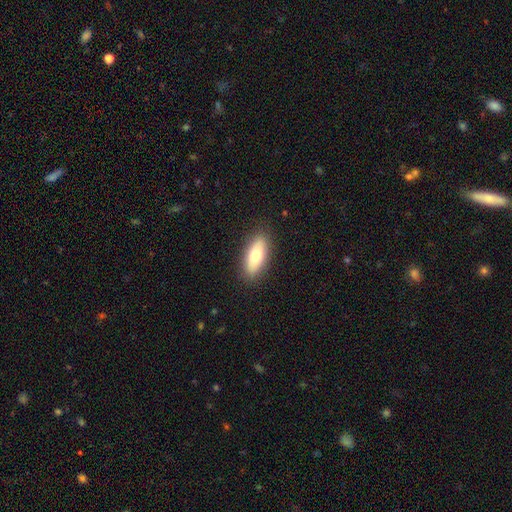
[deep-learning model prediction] Smooth or featured? Predicted: smooth (p=0.71). How rounded? Predicted: in between (p=0.75). Merging? Predicted: none (p=0.88).